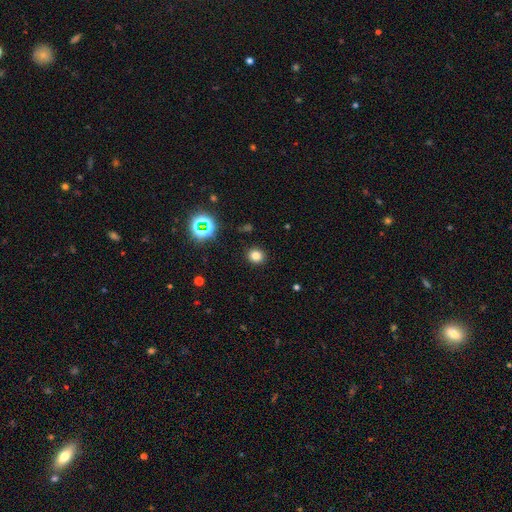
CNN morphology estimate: Smooth or featured: smooth — 78% (star or artifact — 17%)
How rounded: round — 82% (in between — 17%)
Merging: none — 91% (minor disturbance — 6%)